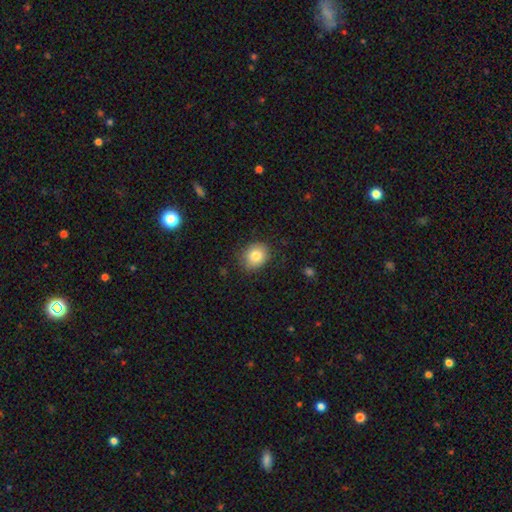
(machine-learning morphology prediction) Overall: smooth (82%). How rounded: round (59%; in between 40%). Merging: none (83%).